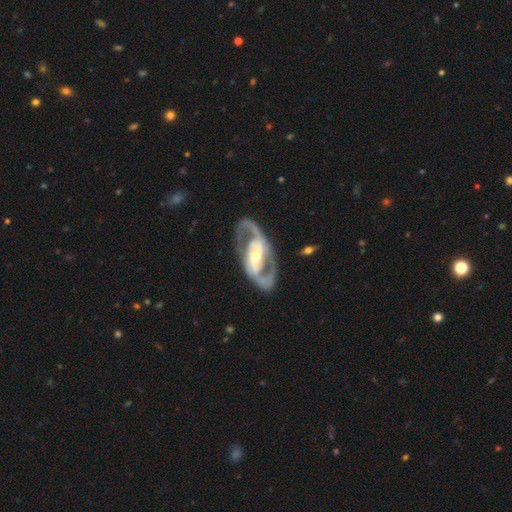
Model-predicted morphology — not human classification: Smooth or featured: featured or disk — 89% (smooth — 7%)
Edge-on disk: no — 95% (yes — 5%)
Bar: strong — 55% (weak — 30%)
Spiral arms: yes — 92% (no — 8%)
Spiral winding: medium — 55% (tight — 26%)
Spiral arm count: 2 — 91% (can't tell — 4%)
Bulge size: moderate — 55% (small — 31%)
Merging: none — 80% (minor disturbance — 12%)